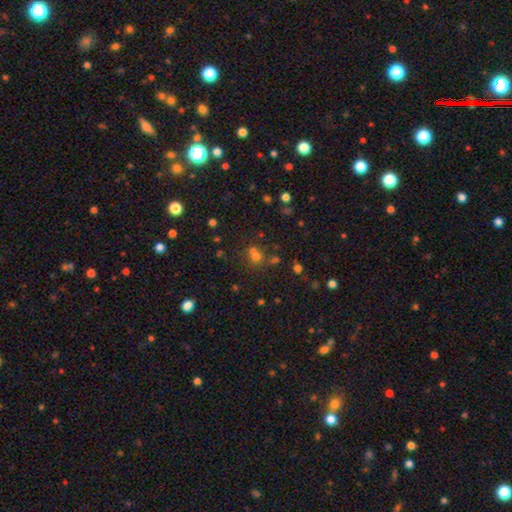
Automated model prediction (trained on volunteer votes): This appears to be a smooth galaxy with no disk features (52%) that is round (83%). Merging: none (55%).